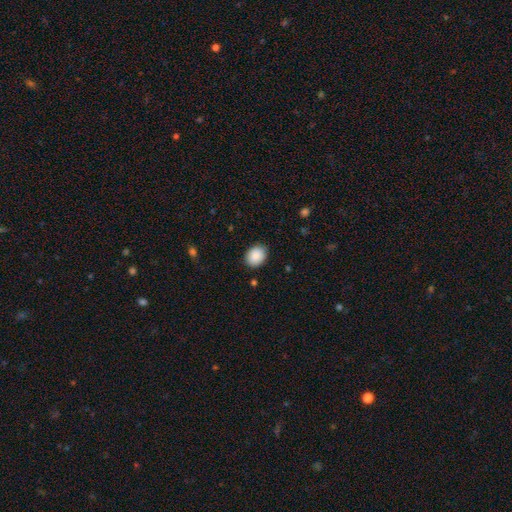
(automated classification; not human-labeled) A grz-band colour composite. It shows a smooth galaxy with no disk features (89%) that is in between round and cigar-shaped (54%). Merging: none (86%).